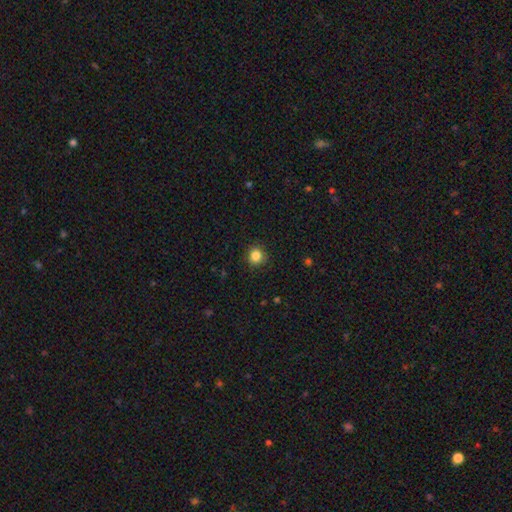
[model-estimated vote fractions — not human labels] smooth 85%, star or artifact 11%, featured or disk 4%. Down the decision tree: how rounded — round (88%); merging — none (88%).